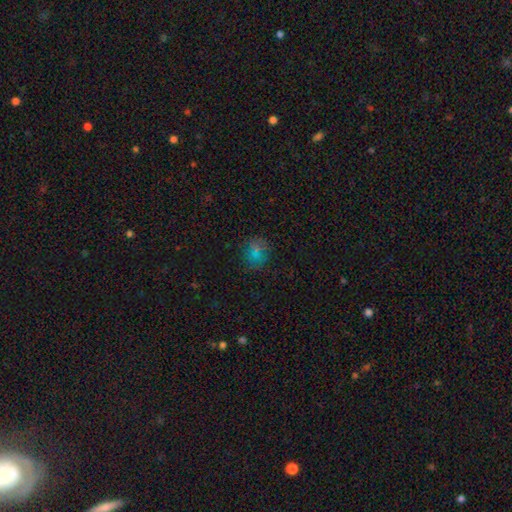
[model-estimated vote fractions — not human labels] Smooth or featured? smooth (65%)
How rounded? round (72%)
Merging? none (79%)